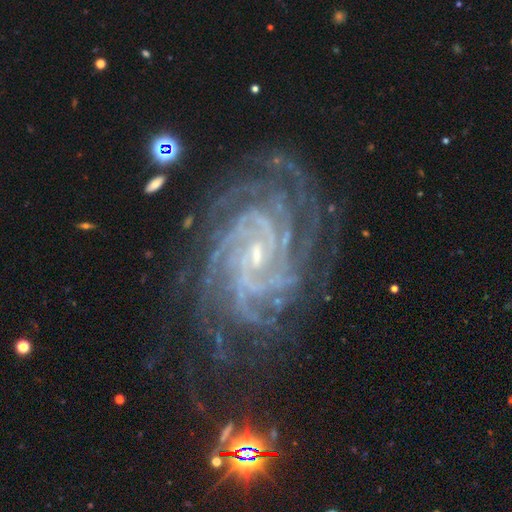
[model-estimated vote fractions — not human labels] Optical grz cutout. It shows a featured or disk galaxy (91%) with no bar (49%), more than 4 (32%) tight (79%) spiral arms (99%) and a small central bulge (81%). Merging: none (77%).